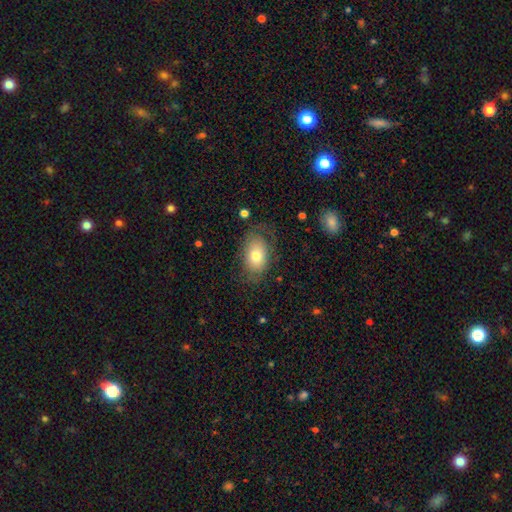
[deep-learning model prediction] The model was most divided on "merging": none: 66%, minor disturbance: 21%, major disturbance: 12%, merger: 1%. More confident: how rounded — in between (83%); smooth or featured — smooth (69%).